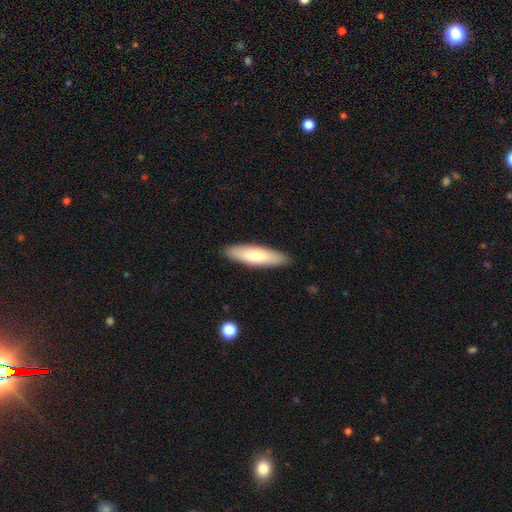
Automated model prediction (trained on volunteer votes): A smooth galaxy with no disk features (75%) that is cigar-shaped (65%).

Vote fractions:
- Smooth or featured? smooth: 75% / featured or disk: 20% / star or artifact: 5%
- How rounded? cigar-shaped: 65% / in between: 33% / round: 1%
- Merging? none: 90% / minor disturbance: 8% / major disturbance: 2% / merger: 1%